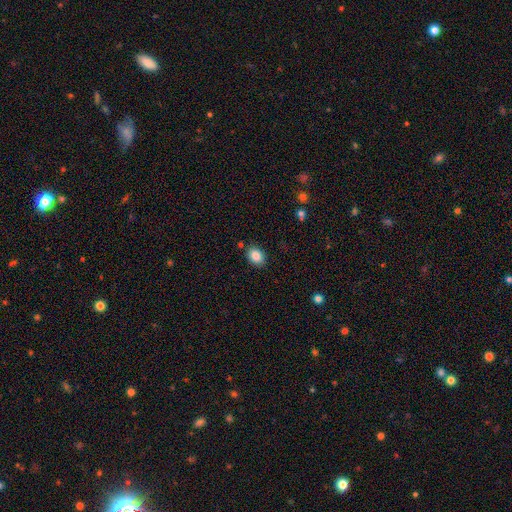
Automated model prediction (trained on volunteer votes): A smooth galaxy with no disk features (86%) that is in between round and cigar-shaped (65%). Merging: none (85%).